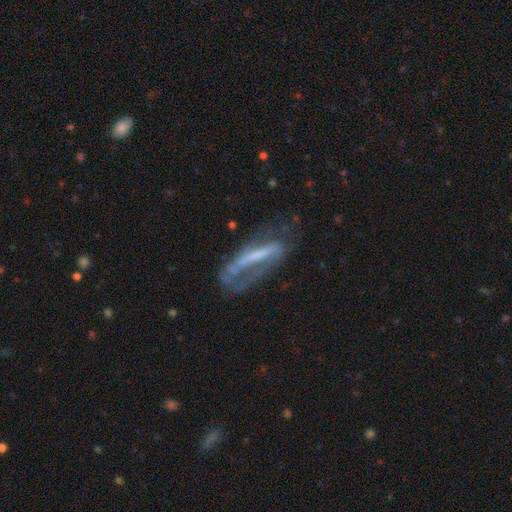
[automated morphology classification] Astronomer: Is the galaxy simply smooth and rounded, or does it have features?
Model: featured or disk — 67%.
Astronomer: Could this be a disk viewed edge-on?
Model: no — 68%.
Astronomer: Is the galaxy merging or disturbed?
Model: none — 38% (runner-up: major disturbance, 34%).